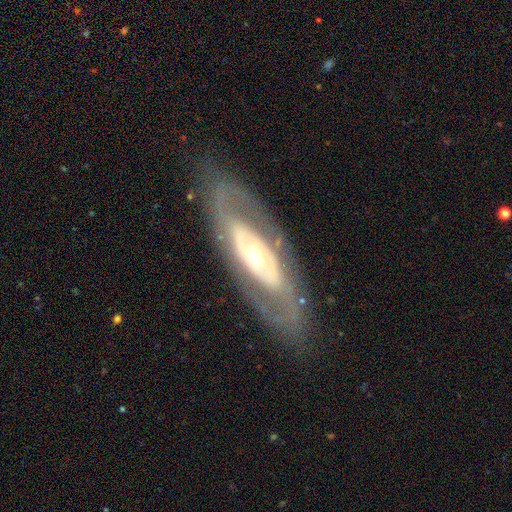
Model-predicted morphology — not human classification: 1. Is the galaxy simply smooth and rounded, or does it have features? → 76% featured or disk, 18% smooth, 5% star or artifact.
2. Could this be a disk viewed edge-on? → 84% no, 16% yes.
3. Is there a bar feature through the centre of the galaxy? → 71% no, 17% weak, 12% strong.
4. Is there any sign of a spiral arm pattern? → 59% no, 41% yes.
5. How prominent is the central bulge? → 61% moderate, 23% small, 13% large, 2% dominant, 1% none.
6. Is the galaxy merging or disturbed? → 80% none, 11% minor disturbance, 7% major disturbance, 1% merger.